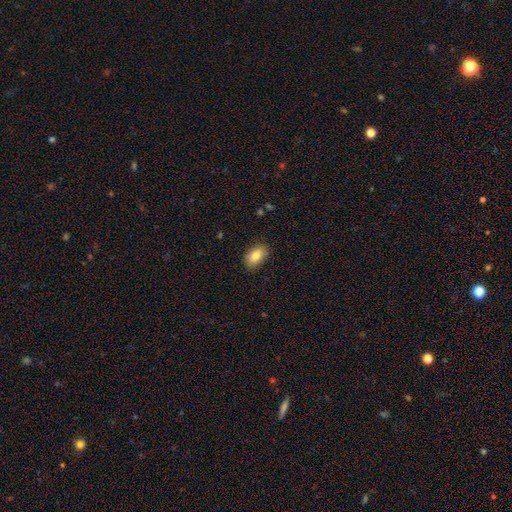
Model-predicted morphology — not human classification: Smooth or featured: smooth — 82% (featured or disk — 11%)
How rounded: in between — 91% (round — 5%)
Merging: none — 86% (minor disturbance — 11%)